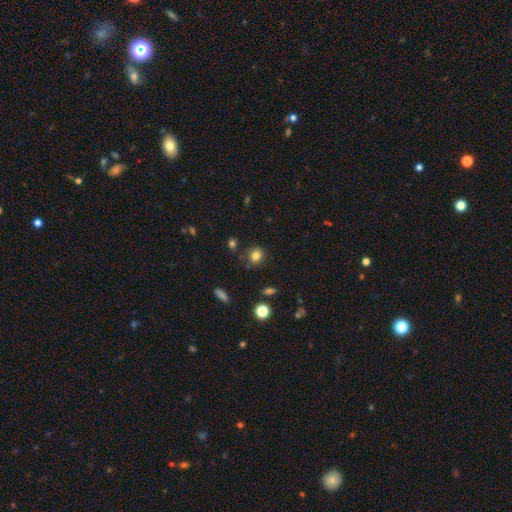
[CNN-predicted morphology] smooth-or-featured: smooth: 81% | star or artifact: 12% | featured or disk: 6%
  how-rounded: round: 83% | in between: 16% | cigar-shaped: 1%
  merging: none: 83% | minor disturbance: 11% | merger: 4% | major disturbance: 3%